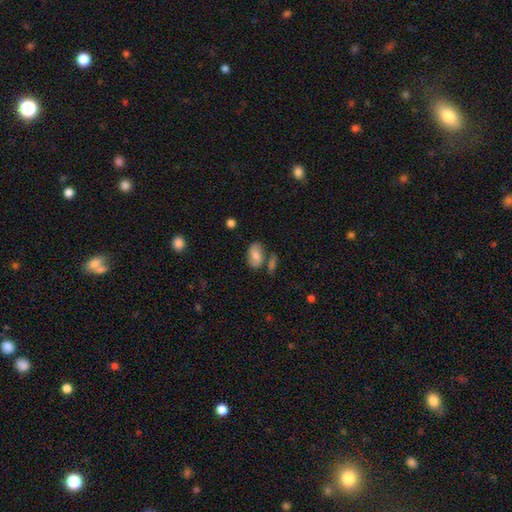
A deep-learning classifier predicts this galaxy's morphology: type=smooth (68%); roundness=in between (89%); merging=none (58%).